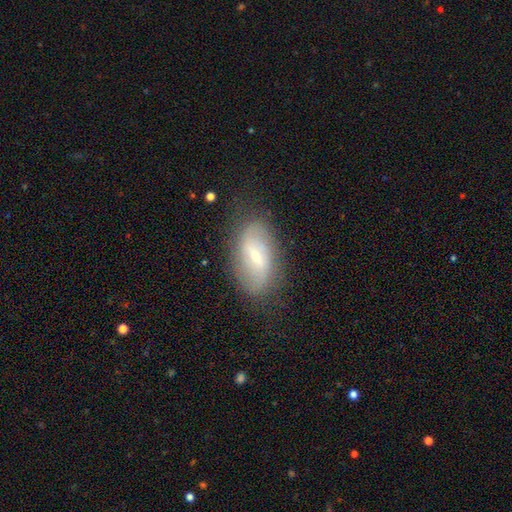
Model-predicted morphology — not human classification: featured or disk 57%, smooth 35%, star or artifact 8%. Down the decision tree: edge-on disk — no (91%); bar — weak (54%); spiral arms — yes (73%); bulge size — small (56%); merging — none (76%).